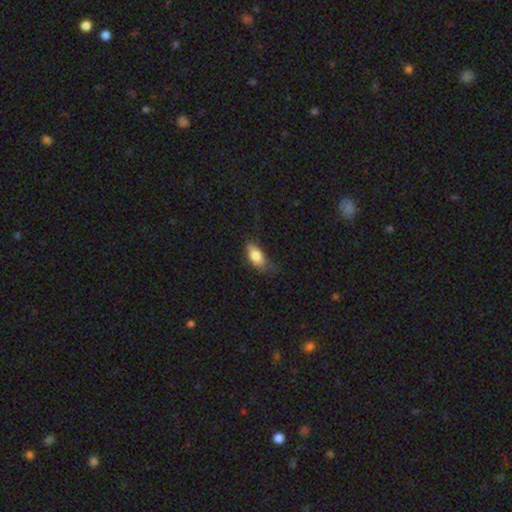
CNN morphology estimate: type=smooth (78%); roundness=in between (86%); merging=none (44%).